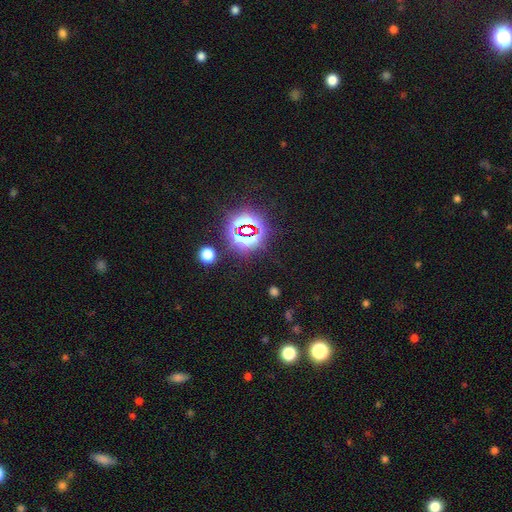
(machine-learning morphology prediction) smooth_or_featured: star or artifact (p=0.81) [alt: smooth p=0.12]